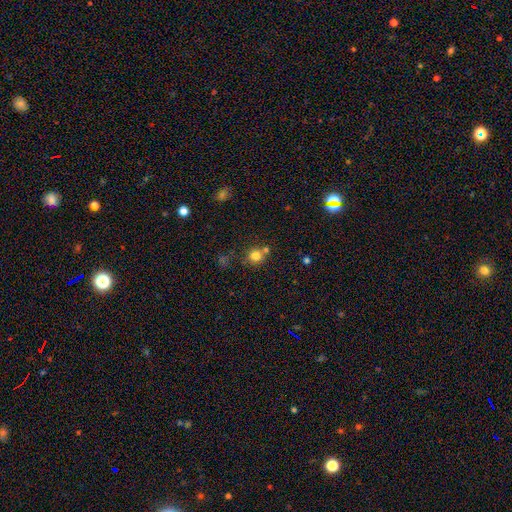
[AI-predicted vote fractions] The model was most divided on "merging": none: 63%, merger: 22%, minor disturbance: 11%, major disturbance: 4%. More confident: how rounded — round (87%); smooth or featured — smooth (78%).